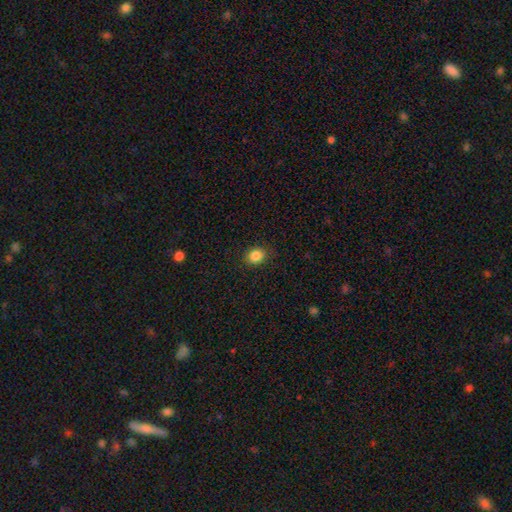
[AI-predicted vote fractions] This is clearly a smooth galaxy (85%). How rounded: likely round (62%). Merging: clearly none (88%).